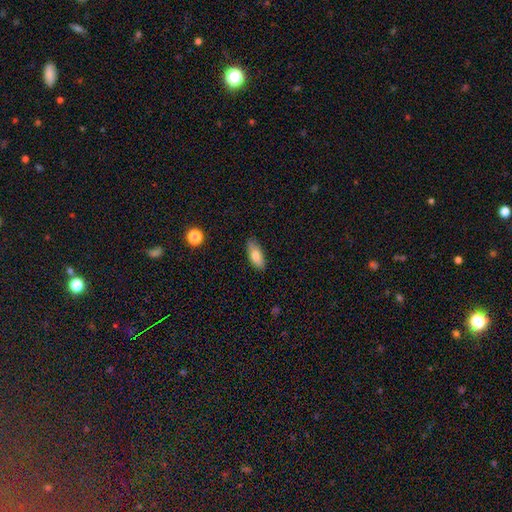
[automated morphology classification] Q: Smooth or featured?
A: smooth (79%); runner-up: featured or disk (14%)
Q: How rounded?
A: in between (80%); runner-up: cigar-shaped (18%)
Q: Merging?
A: none (83%); runner-up: minor disturbance (13%)